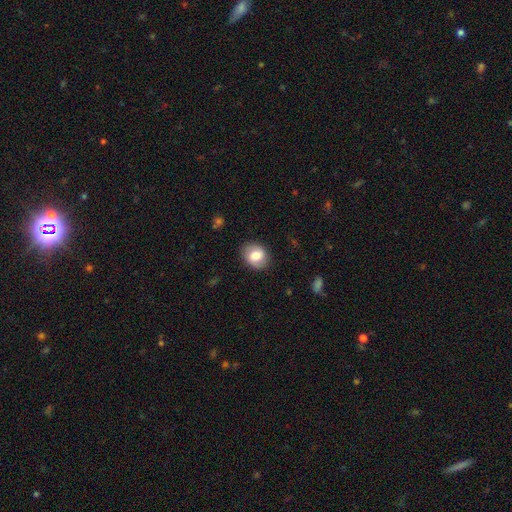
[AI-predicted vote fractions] smooth 74%, featured or disk 18%, star or artifact 8%. Down the decision tree: how rounded — round (56%); merging — none (85%).